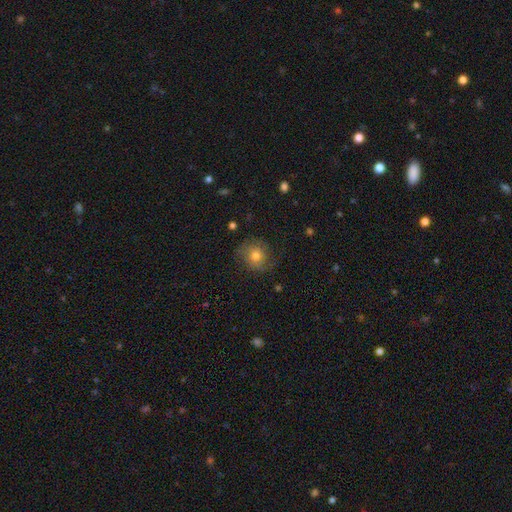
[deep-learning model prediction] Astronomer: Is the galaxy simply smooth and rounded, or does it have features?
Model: smooth — 61%.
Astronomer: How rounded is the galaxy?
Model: round — 80%.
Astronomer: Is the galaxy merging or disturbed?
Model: none — 70%.